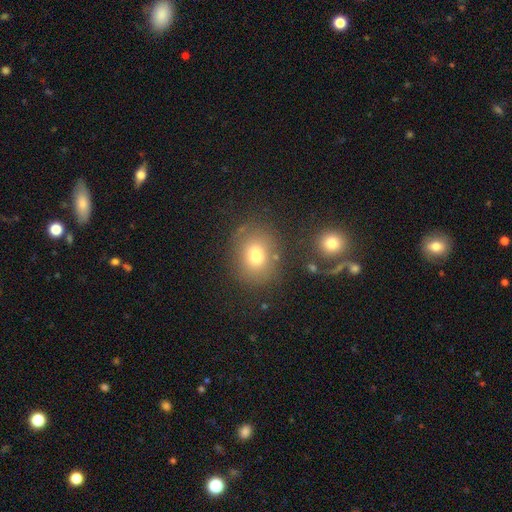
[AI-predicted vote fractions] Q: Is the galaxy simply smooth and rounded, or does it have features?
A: smooth — 74%.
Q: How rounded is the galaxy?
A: round — 63%.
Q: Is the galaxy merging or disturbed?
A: none — 74%.